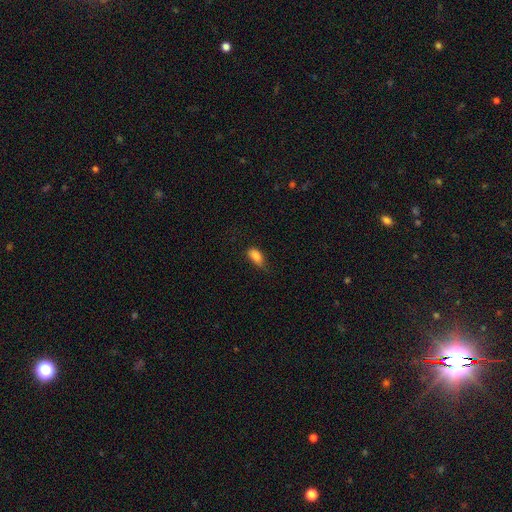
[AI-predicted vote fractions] Smooth or featured: smooth — 85% (star or artifact — 8%)
How rounded: in between — 89% (round — 5%)
Merging: none — 50% (minor disturbance — 37%)